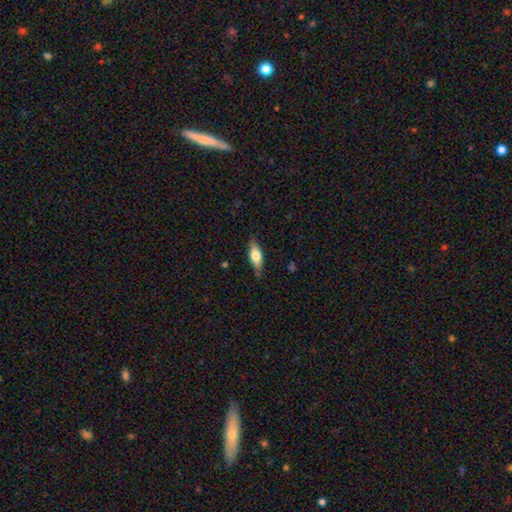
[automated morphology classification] This is likely a smooth galaxy (67%). How rounded: likely in between (71%). Merging: clearly none (81%).